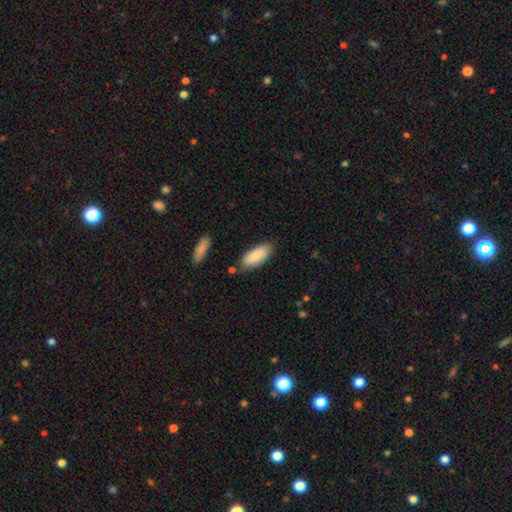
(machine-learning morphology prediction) Smooth or featured? smooth (85%)
How rounded? in between (81%)
Merging? none (77%)